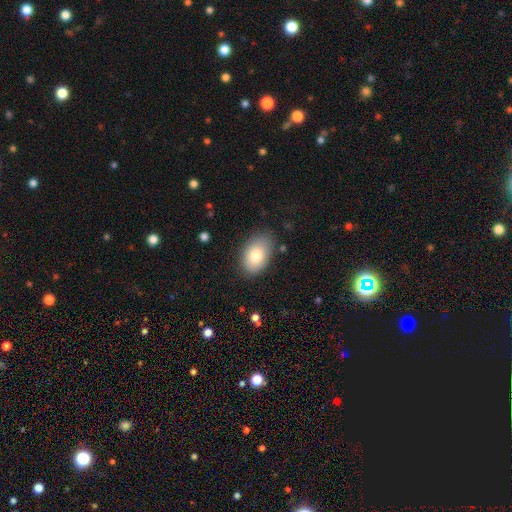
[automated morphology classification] Overall: smooth (81%). How rounded: in between (90%). Merging: none (80%).